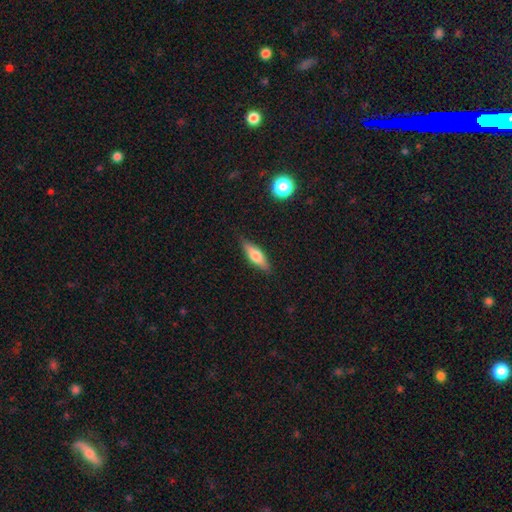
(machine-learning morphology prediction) smooth_or_featured: smooth (p=0.57) [alt: featured or disk p=0.36]
how_rounded: in between (p=0.50) [alt: cigar-shaped p=0.47]
merging: none (p=0.85) [alt: minor disturbance p=0.11]